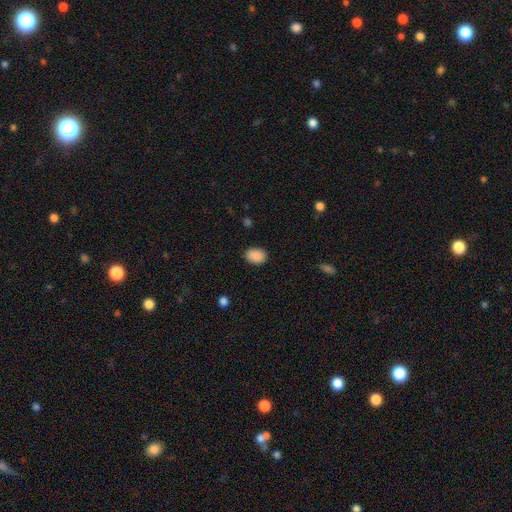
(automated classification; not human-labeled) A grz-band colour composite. It shows a smooth galaxy with no disk features (89%) that is in between round and cigar-shaped (70%). Merging: none (86%).